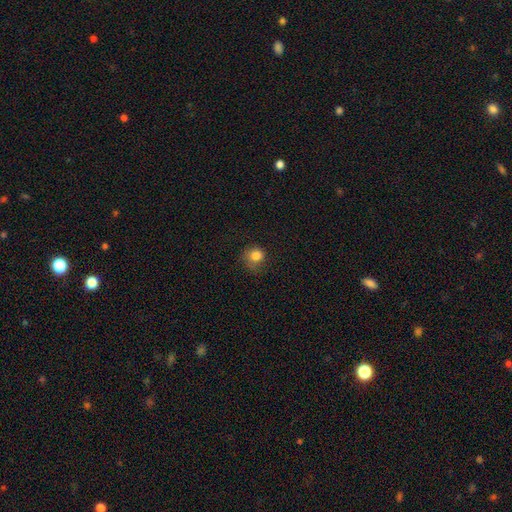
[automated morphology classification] The model was most divided on "merging": none: 56%, minor disturbance: 28%, major disturbance: 14%, merger: 2%. More confident: smooth or featured — smooth (82%); how rounded — round (82%).